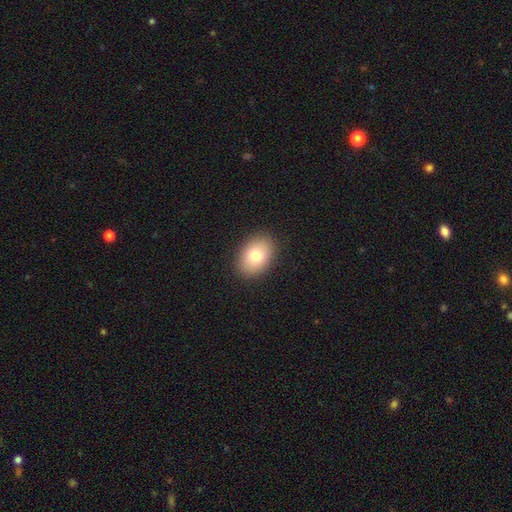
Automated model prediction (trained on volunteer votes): Overall: smooth (78%). How rounded: in between (77%). Merging: none (89%).